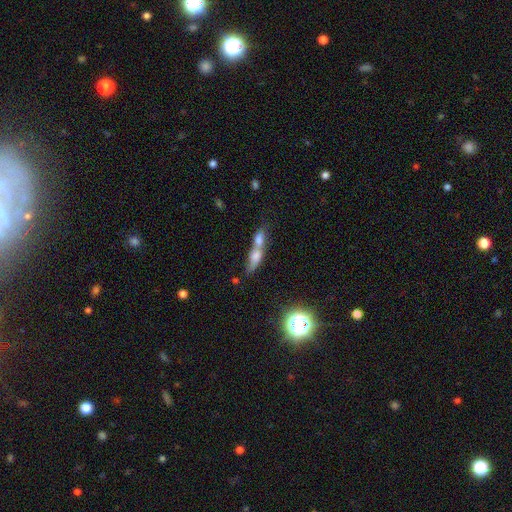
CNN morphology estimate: Overall: smooth (56%; featured or disk 30%). How rounded: in between (46%; cigar-shaped 40%). Merging: merger (63%).